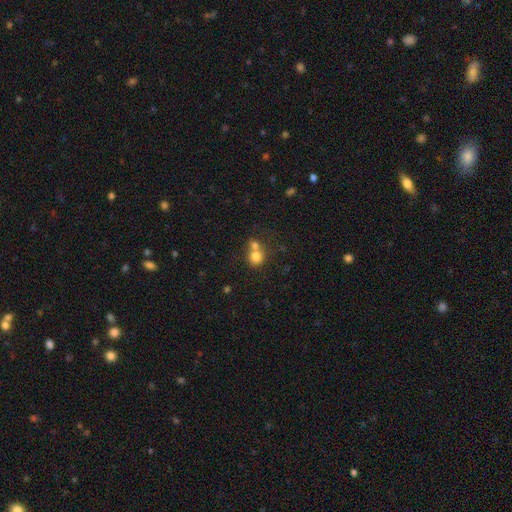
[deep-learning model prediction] smooth_or_featured: smooth (p=0.77) [alt: featured or disk p=0.12]
how_rounded: round (p=0.80) [alt: in between p=0.19]
merging: merger (p=0.53) [alt: none p=0.37]